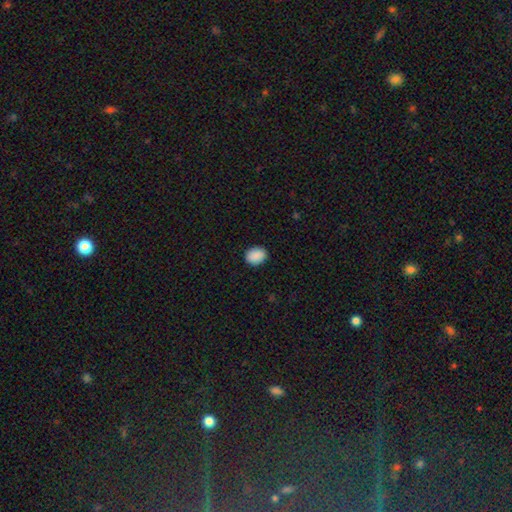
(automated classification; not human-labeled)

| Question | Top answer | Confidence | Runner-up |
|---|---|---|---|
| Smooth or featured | smooth | 90% | star or artifact (7%) |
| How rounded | in between | 58% | round (41%) |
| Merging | none | 89% | minor disturbance (8%) |